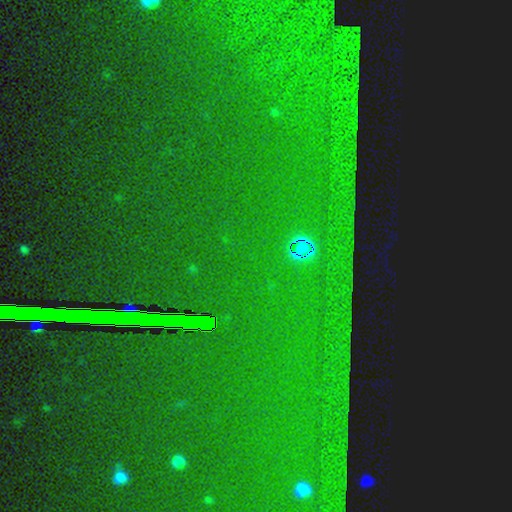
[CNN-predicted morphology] Smooth or featured? Predicted: star or artifact (p=0.84).